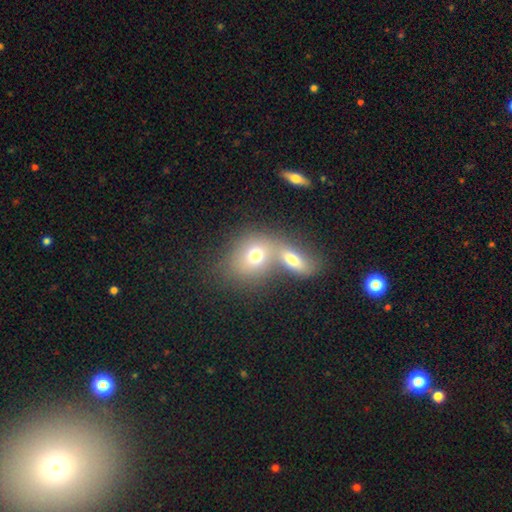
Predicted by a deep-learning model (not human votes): Smooth or featured?
  - smooth: 71% *
  - featured or disk: 18%
  - star or artifact: 11%
How rounded?
  - round: 54% *
  - in between: 44%
  - cigar-shaped: 2%
Merging?
  - merger: 61% *
  - none: 28%
  - minor disturbance: 7%
  - major disturbance: 4%